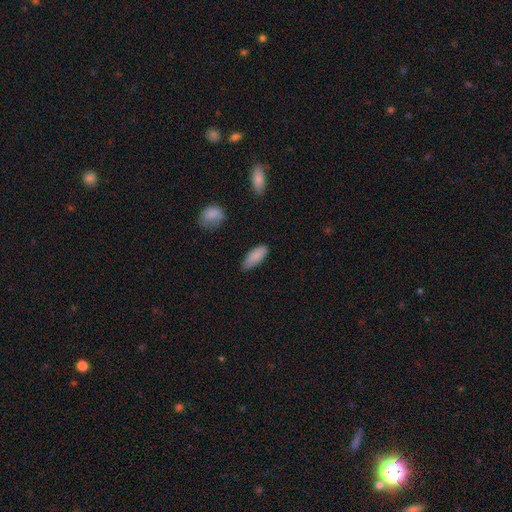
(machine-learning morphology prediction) This appears to be a smooth galaxy with no disk features (87%) that is in between round and cigar-shaped (80%). Merging: none (71%).